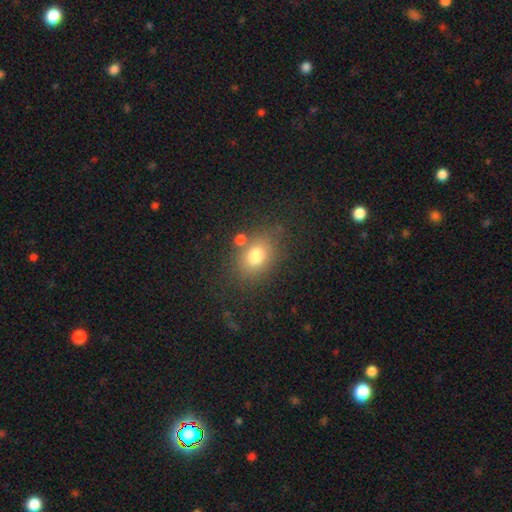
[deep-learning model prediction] This is likely a smooth galaxy (76%). How rounded: possibly in between (60%). Merging: likely none (71%).